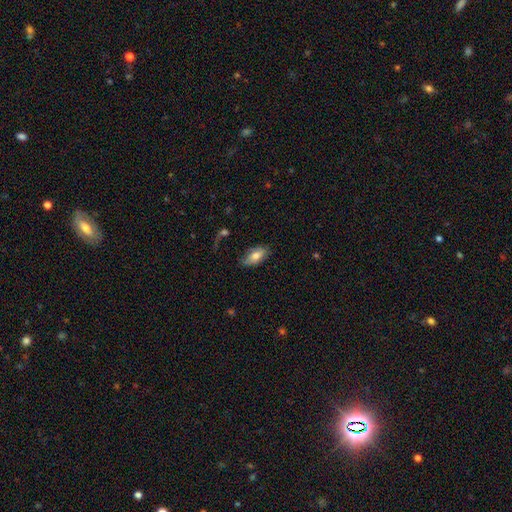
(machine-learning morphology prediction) A smooth galaxy with no disk features (76%) that is in between round and cigar-shaped (89%).

Vote fractions:
- Smooth or featured? smooth: 76% / featured or disk: 17% / star or artifact: 7%
- How rounded? in between: 89% / cigar-shaped: 7% / round: 3%
- Merging? none: 69% / minor disturbance: 23% / major disturbance: 6% / merger: 3%